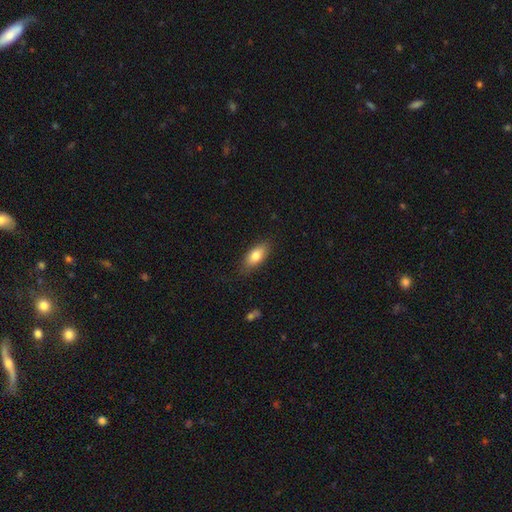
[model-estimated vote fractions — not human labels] This appears to be a smooth galaxy with no disk features (79%) that is in between round and cigar-shaped (85%). Merging: none (81%).